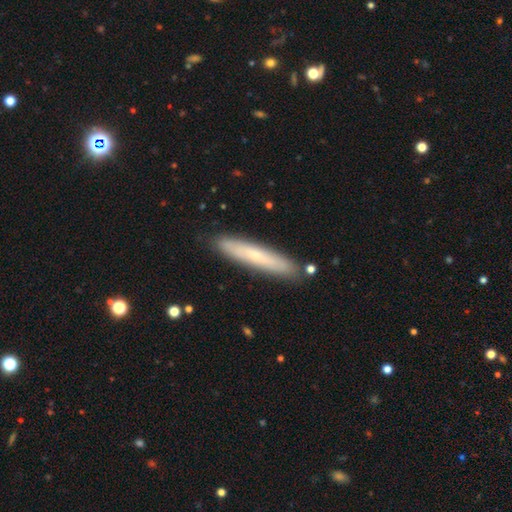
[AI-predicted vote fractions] smooth_or_featured: smooth (p=0.58) [alt: featured or disk p=0.36]
how_rounded: cigar-shaped (p=0.92) [alt: in between p=0.06]
merging: none (p=0.87) [alt: minor disturbance p=0.09]